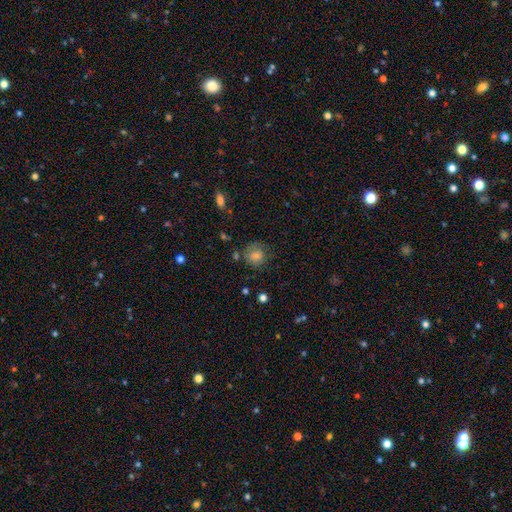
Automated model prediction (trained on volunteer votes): This is likely a smooth galaxy (77%). How rounded: likely round (76%). Merging: likely none (65%).